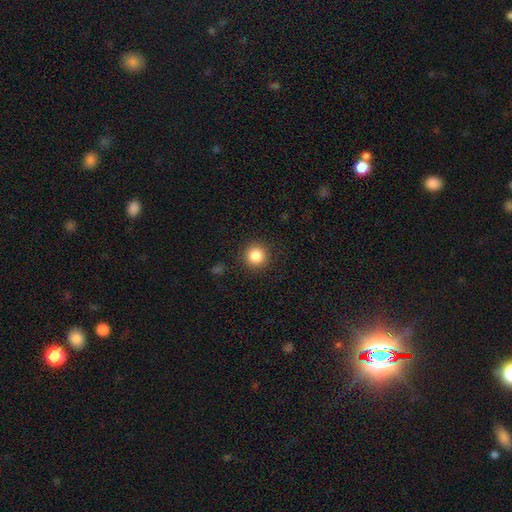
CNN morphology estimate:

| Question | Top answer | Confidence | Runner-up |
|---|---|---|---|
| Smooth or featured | smooth | 85% | star or artifact (10%) |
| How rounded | round | 95% | in between (4%) |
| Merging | none | 91% | minor disturbance (6%) |